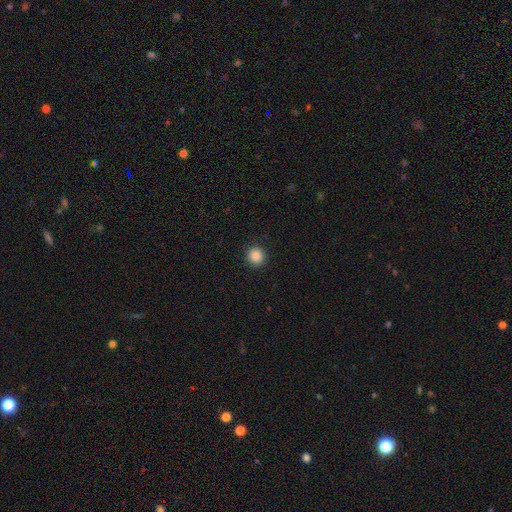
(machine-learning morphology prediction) Q: Smooth or featured?
A: smooth (88%); runner-up: star or artifact (10%)
Q: How rounded?
A: round (92%); runner-up: in between (7%)
Q: Merging?
A: none (92%); runner-up: minor disturbance (6%)